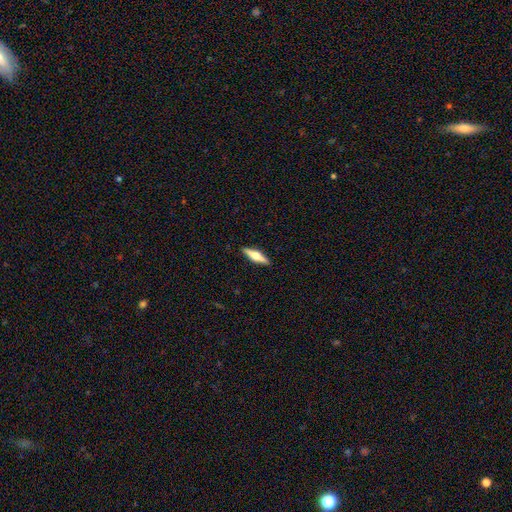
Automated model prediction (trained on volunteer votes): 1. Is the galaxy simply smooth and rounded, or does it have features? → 60% featured or disk, 35% smooth, 5% star or artifact.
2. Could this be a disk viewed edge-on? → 96% yes, 4% no.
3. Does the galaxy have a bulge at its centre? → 94% rounded, 4% boxy, 2% none.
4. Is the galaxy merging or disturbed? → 91% none, 7% minor disturbance, 1% major disturbance, 1% merger.